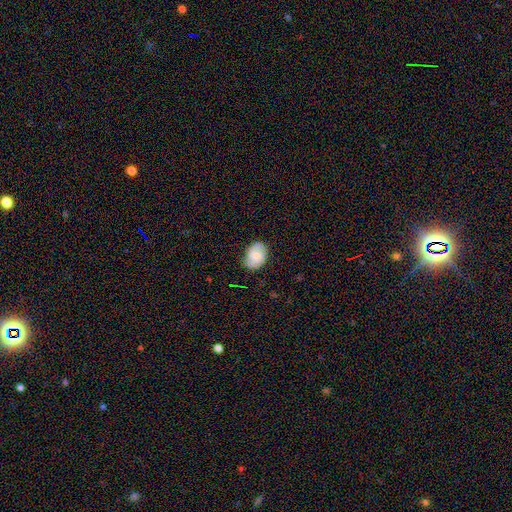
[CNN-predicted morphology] Q: Smooth or featured?
A: featured or disk (50%); runner-up: smooth (41%)
Q: Edge-on disk?
A: no (97%); runner-up: yes (3%)
Q: Merging?
A: none (77%); runner-up: minor disturbance (18%)